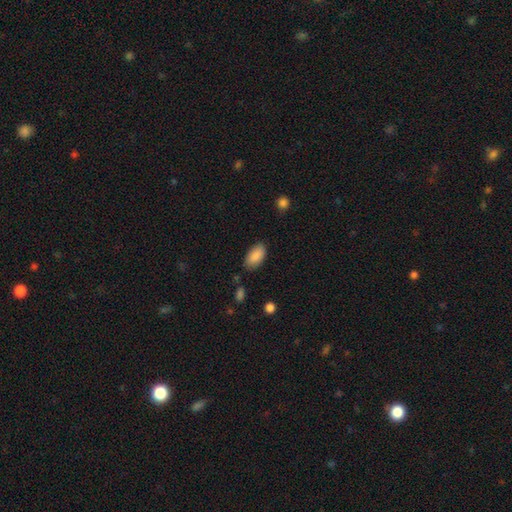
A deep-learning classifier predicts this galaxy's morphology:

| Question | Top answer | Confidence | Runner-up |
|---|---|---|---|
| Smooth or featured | smooth | 88% | star or artifact (7%) |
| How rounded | in between | 94% | cigar-shaped (3%) |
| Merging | none | 79% | minor disturbance (16%) |